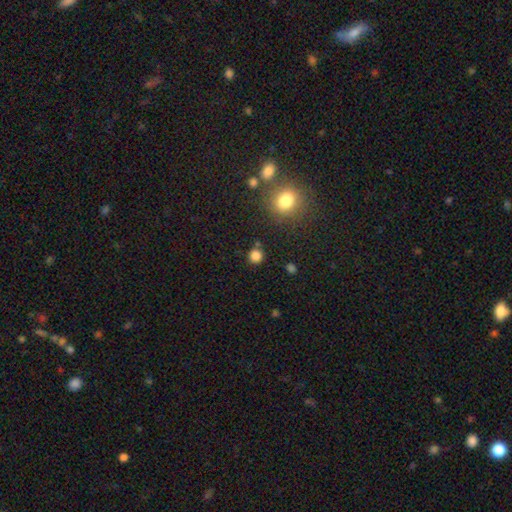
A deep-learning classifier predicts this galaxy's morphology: smooth_or_featured: smooth (p=0.82) [alt: star or artifact p=0.14]
how_rounded: round (p=0.90) [alt: in between p=0.09]
merging: none (p=0.84) [alt: minor disturbance p=0.08]